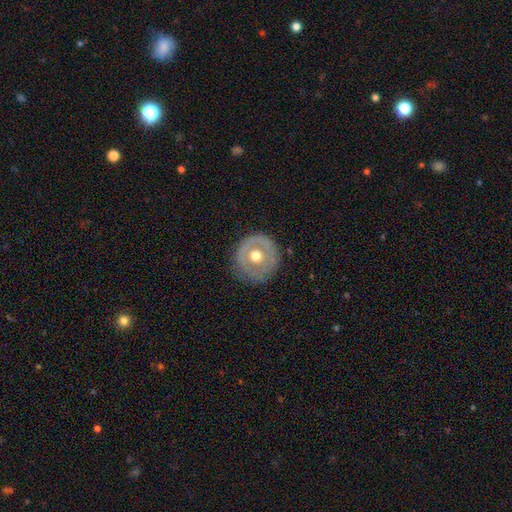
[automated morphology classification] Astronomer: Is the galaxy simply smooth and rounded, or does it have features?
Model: featured or disk — 50% (runner-up: smooth, 44%).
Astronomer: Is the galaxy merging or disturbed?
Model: none — 80%.